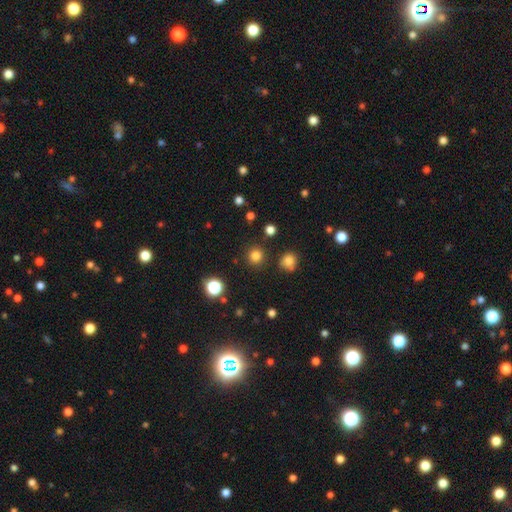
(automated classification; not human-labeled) Smooth or featured?
  - smooth: 81% *
  - star or artifact: 15%
  - featured or disk: 4%
How rounded?
  - round: 94% *
  - in between: 5%
  - cigar-shaped: 1%
Merging?
  - none: 89% *
  - minor disturbance: 6%
  - merger: 3%
  - major disturbance: 2%